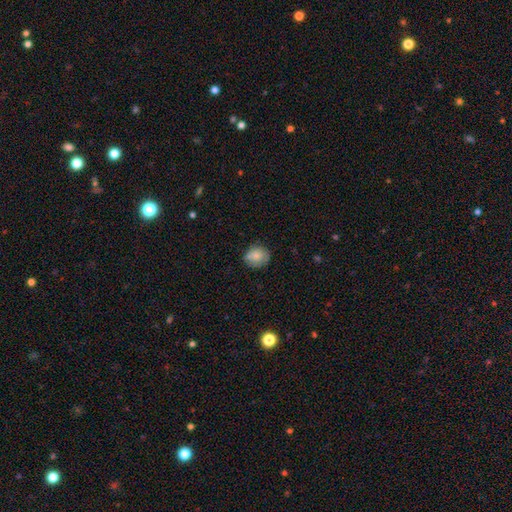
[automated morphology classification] This is likely a smooth galaxy (79%). How rounded: likely round (75%). Merging: likely none (71%).